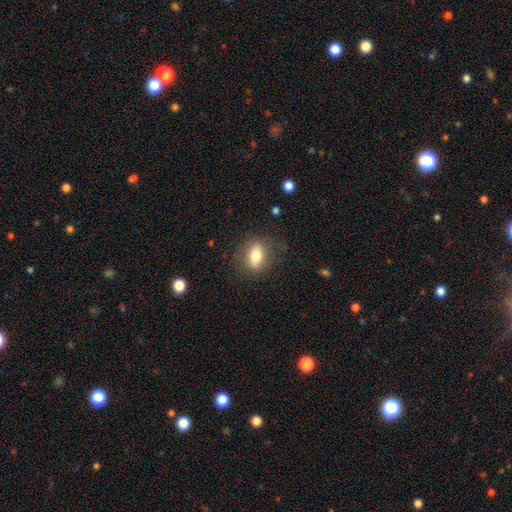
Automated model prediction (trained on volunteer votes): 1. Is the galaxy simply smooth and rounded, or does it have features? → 72% smooth, 19% featured or disk, 8% star or artifact.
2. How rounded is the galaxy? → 75% in between, 19% round, 6% cigar-shaped.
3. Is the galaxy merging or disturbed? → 79% none, 14% minor disturbance, 6% major disturbance, 1% merger.